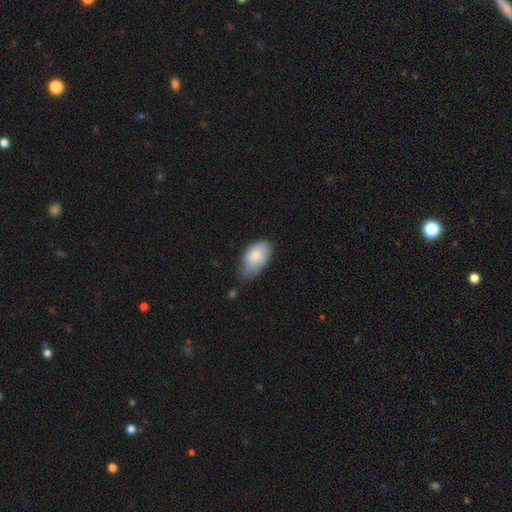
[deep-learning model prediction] A smooth galaxy with no disk features (78%) that is in between round and cigar-shaped (94%). Merging: minor disturbance (44%).